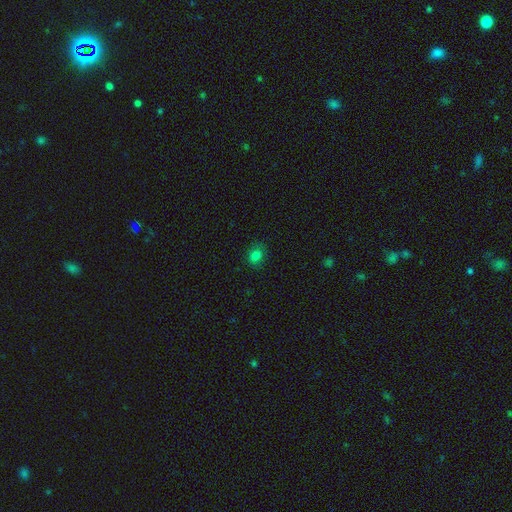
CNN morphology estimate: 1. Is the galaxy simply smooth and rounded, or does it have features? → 80% smooth, 15% star or artifact, 5% featured or disk.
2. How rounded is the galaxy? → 52% in between, 47% round, 1% cigar-shaped.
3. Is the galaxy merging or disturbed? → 81% none, 14% minor disturbance, 4% major disturbance, 1% merger.